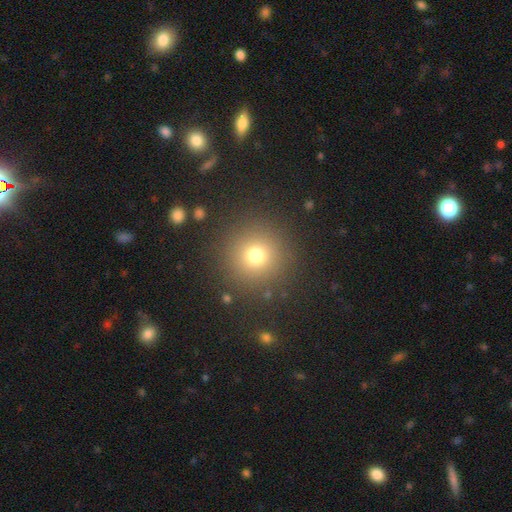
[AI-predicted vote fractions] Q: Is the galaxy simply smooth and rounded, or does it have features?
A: smooth — 74%.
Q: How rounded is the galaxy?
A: round — 95%.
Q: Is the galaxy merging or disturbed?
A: none — 88%.